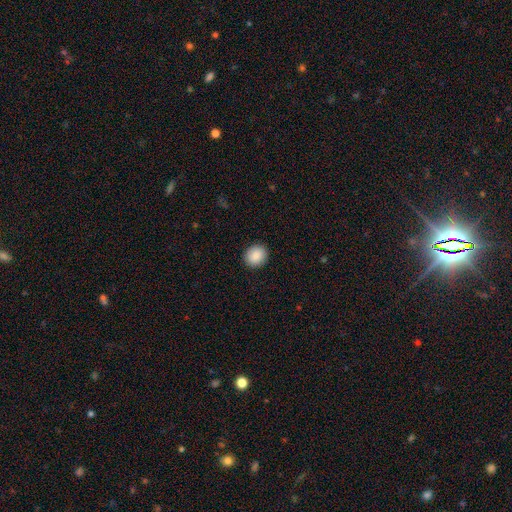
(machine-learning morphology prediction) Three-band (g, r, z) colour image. It shows a smooth galaxy with no disk features (89%) that is round (74%). Merging: none (91%).